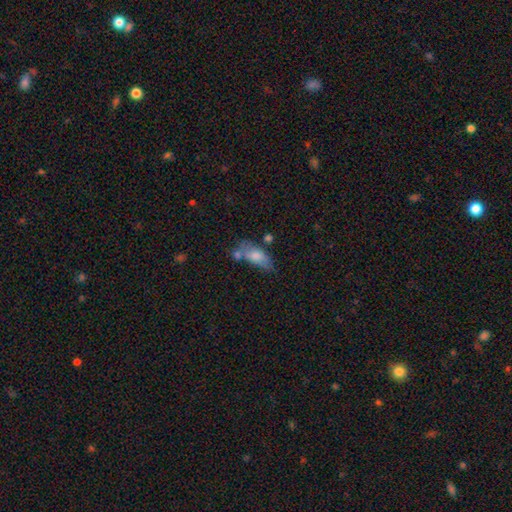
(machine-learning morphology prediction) The model was most divided on "merging": none: 39%, minor disturbance: 25%, merger: 23%, major disturbance: 13%. More confident: how rounded — in between (82%); smooth or featured — smooth (74%).